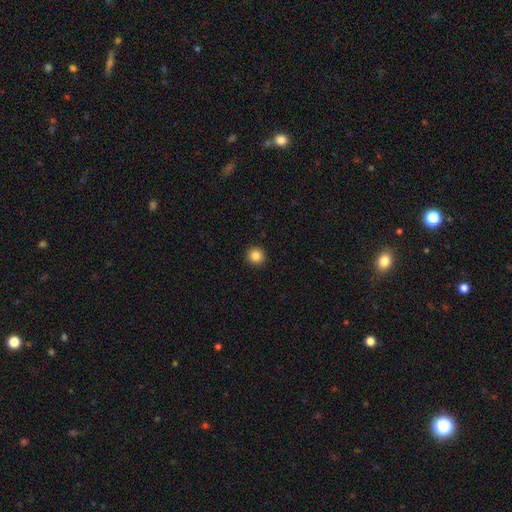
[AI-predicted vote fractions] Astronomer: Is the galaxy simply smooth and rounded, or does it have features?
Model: smooth — 86%.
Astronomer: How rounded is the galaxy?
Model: round — 95%.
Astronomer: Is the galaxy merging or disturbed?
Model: none — 93%.